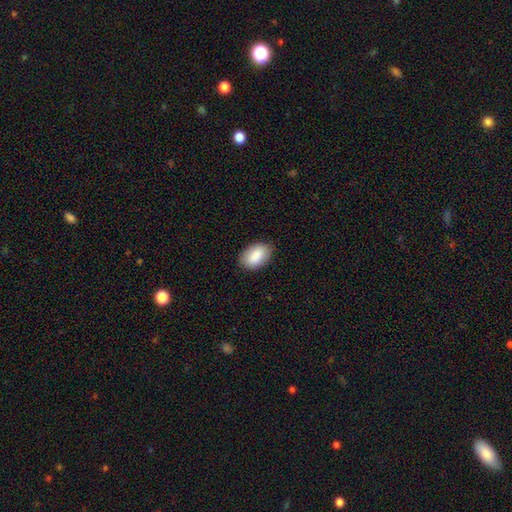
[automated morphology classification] Q: Smooth or featured?
A: smooth (88%); runner-up: featured or disk (6%)
Q: How rounded?
A: in between (93%); runner-up: round (6%)
Q: Merging?
A: none (85%); runner-up: minor disturbance (11%)